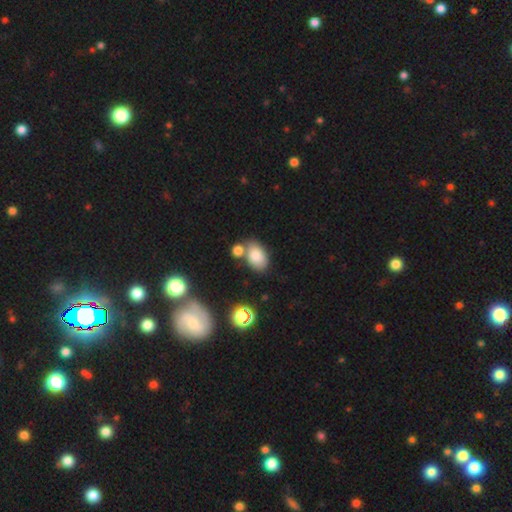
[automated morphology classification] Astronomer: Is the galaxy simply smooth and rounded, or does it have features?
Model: smooth — 81%.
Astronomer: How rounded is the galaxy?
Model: in between — 87%.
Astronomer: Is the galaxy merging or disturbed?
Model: none — 55%.